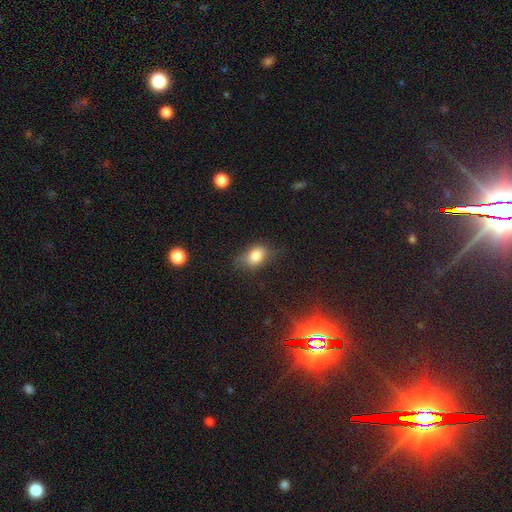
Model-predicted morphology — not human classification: Smooth or featured? Predicted: smooth (p=0.80). How rounded? Predicted: in between (p=0.75). Merging? Predicted: none (p=0.65).